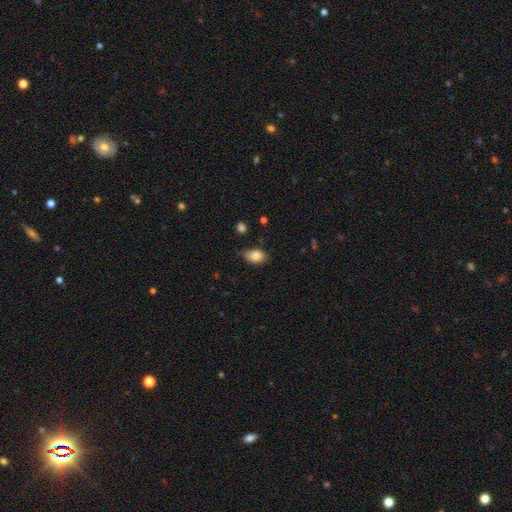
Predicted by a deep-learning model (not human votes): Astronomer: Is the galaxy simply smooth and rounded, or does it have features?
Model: smooth — 85%.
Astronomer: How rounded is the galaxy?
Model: in between — 86%.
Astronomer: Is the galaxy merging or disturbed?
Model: none — 71%.